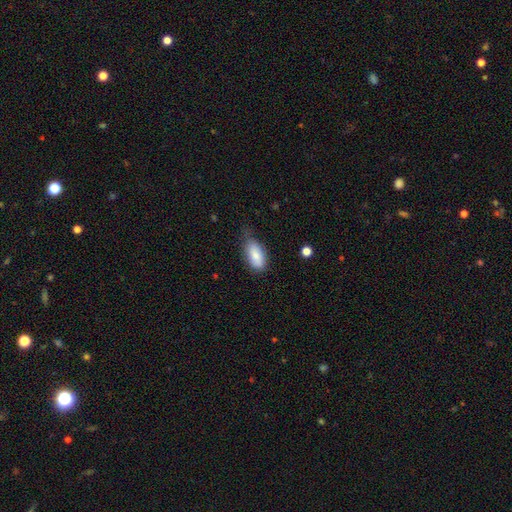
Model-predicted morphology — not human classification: smooth_or_featured: smooth (p=0.81) [alt: featured or disk p=0.12]
how_rounded: in between (p=0.92) [alt: cigar-shaped p=0.05]
merging: none (p=0.51) [alt: minor disturbance p=0.38]